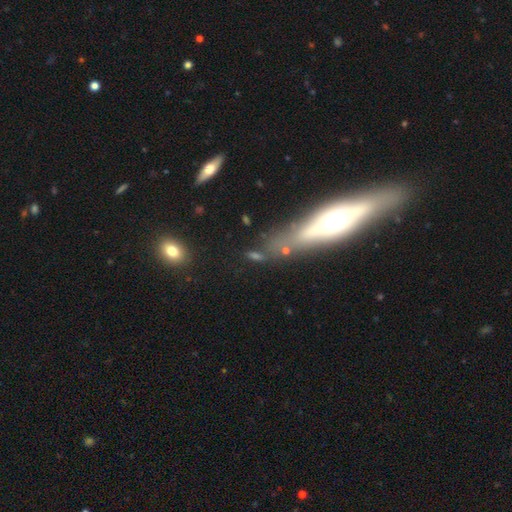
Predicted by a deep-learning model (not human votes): smooth_or_featured: smooth (p=0.49) [alt: featured or disk p=0.29]
merging: none (p=0.58) [alt: minor disturbance p=0.16]